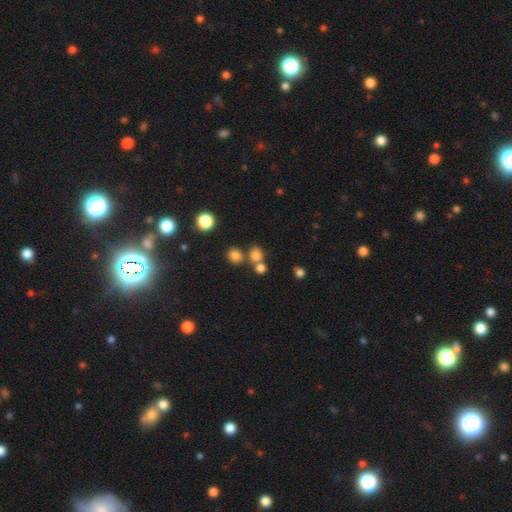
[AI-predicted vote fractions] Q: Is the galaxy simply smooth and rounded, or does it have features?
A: smooth — 76%.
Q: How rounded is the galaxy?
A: round — 81%.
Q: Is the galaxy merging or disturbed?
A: none — 59%.